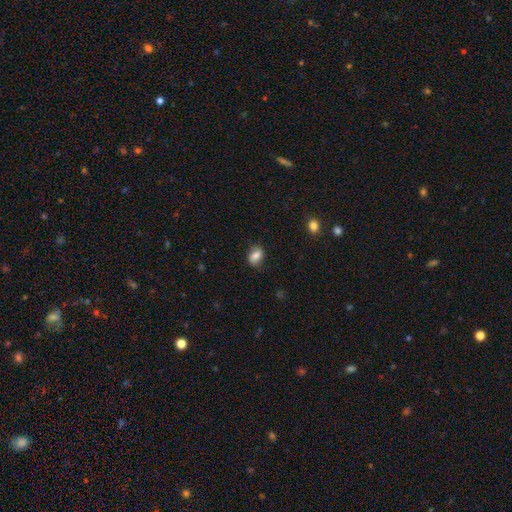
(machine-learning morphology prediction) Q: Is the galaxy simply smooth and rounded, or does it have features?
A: smooth — 77%.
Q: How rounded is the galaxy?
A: in between — 71%.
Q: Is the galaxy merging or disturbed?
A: none — 79%.